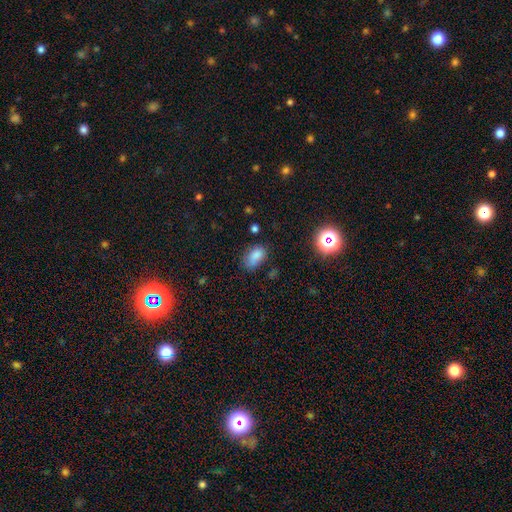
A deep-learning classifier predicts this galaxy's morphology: Smooth or featured? Predicted: smooth (p=0.80). How rounded? Predicted: in between (p=0.88). Merging? Predicted: none (p=0.64).